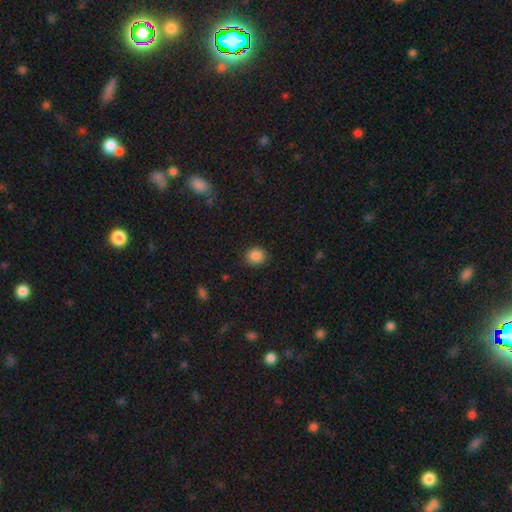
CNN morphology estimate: smooth-or-featured: smooth: 86% | star or artifact: 10% | featured or disk: 4%
  how-rounded: round: 76% | in between: 23% | cigar-shaped: 1%
  merging: none: 88% | minor disturbance: 9% | major disturbance: 2% | merger: 1%